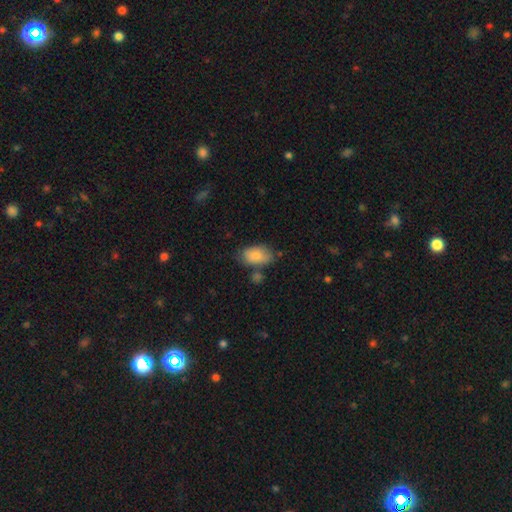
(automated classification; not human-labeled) Smooth or featured? smooth (83%)
How rounded? in between (92%)
Merging? none (63%)